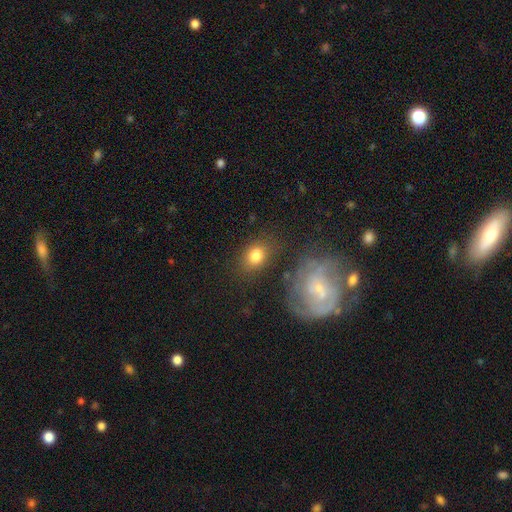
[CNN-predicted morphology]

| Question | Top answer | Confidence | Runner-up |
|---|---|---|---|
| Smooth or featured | smooth | 79% | featured or disk (11%) |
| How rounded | in between | 60% | round (38%) |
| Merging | none | 74% | minor disturbance (14%) |